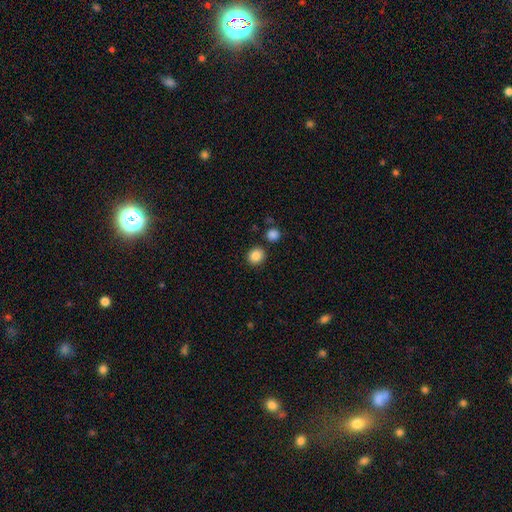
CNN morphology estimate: type=smooth (87%); roundness=round (84%); merging=none (86%).